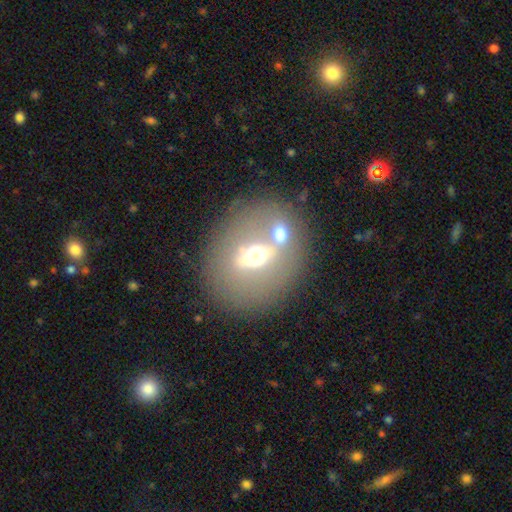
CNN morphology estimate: Q: Smooth or featured?
A: featured or disk (53%); runner-up: smooth (36%)
Q: Edge-on disk?
A: no (74%); runner-up: yes (26%)
Q: Merging?
A: none (62%); runner-up: merger (23%)